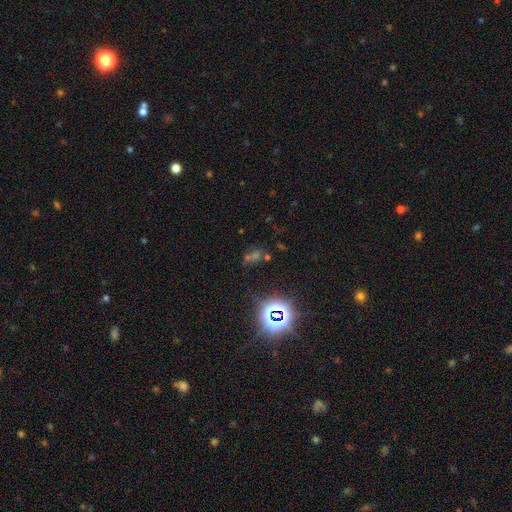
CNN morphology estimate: Overall: star or artifact (63%; smooth 24%).